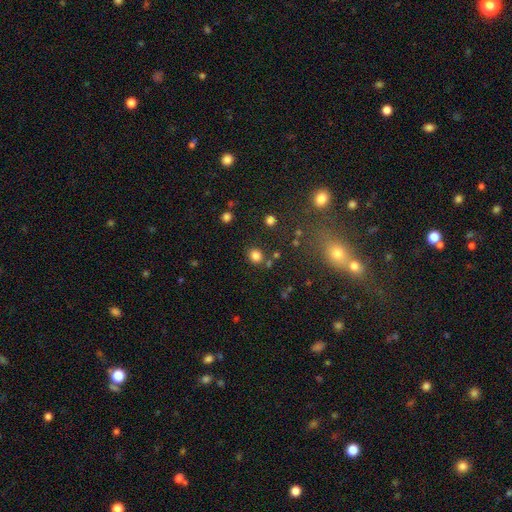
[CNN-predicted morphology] smooth 82%, star or artifact 13%, featured or disk 5%. Down the decision tree: how rounded — round (77%); merging — none (82%).